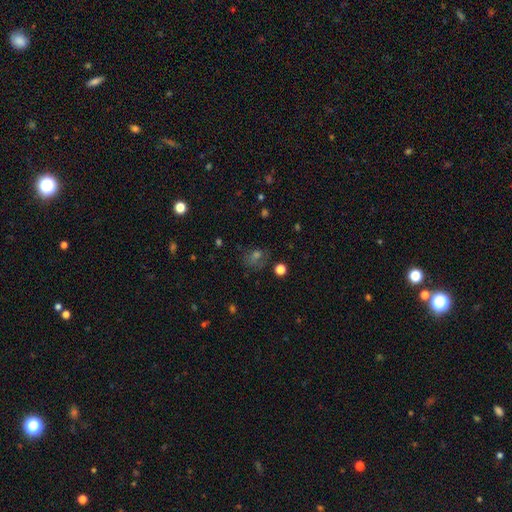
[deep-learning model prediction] Morphology: type=smooth (47%); merging=none (65%).